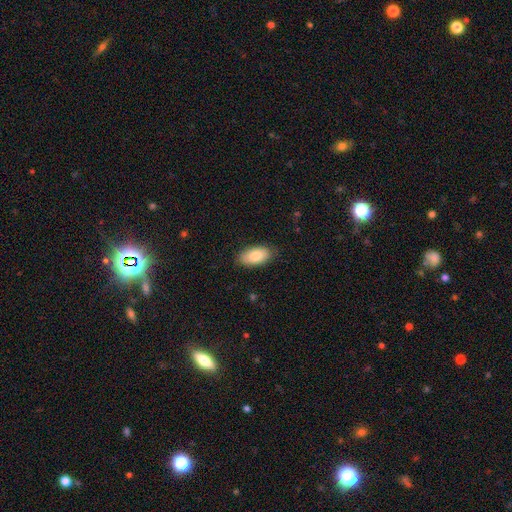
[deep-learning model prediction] A smooth galaxy with no disk features (83%) that is in between round and cigar-shaped (94%).

Vote fractions:
- Smooth or featured? smooth: 83% / featured or disk: 10% / star or artifact: 6%
- How rounded? in between: 94% / cigar-shaped: 4% / round: 3%
- Merging? none: 84% / minor disturbance: 12% / major disturbance: 2% / merger: 1%